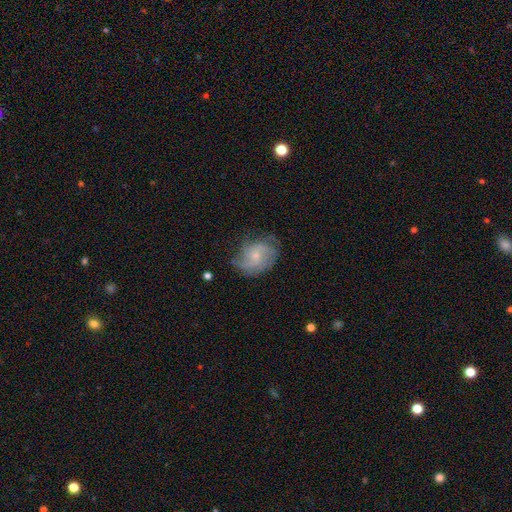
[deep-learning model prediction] Smooth or featured?
  - featured or disk: 71% *
  - smooth: 22%
  - star or artifact: 8%
Edge-on disk?
  - no: 98% *
  - yes: 2%
Bar?
  - no: 71% *
  - weak: 26%
  - strong: 3%
Spiral arms?
  - yes: 91% *
  - no: 9%
Spiral winding?
  - medium: 42% *
  - tight: 38%
  - loose: 20%
Spiral arm count?
  - can't tell: 32% *
  - 3: 24%
  - 2: 21%
  - 4: 10%
  - 1: 6%
  - more than 4: 6%
Bulge size?
  - small: 66% *
  - moderate: 26%
  - none: 6%
  - large: 1%
  - dominant: 1%
Merging?
  - none: 64% *
  - minor disturbance: 24%
  - major disturbance: 11%
  - merger: 1%